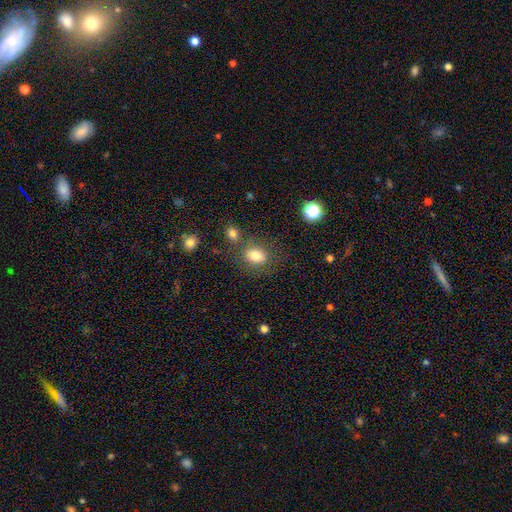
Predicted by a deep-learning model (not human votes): smooth 81%, star or artifact 11%, featured or disk 9%. Down the decision tree: how rounded — in between (52%); merging — none (69%).